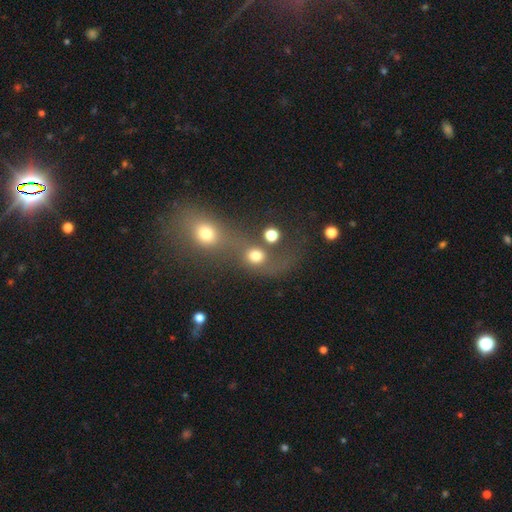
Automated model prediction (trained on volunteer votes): smooth-or-featured: smooth: 68% | star or artifact: 16% | featured or disk: 16%
  how-rounded: round: 76% | in between: 22% | cigar-shaped: 2%
  merging: merger: 55% | none: 29% | major disturbance: 9% | minor disturbance: 7%